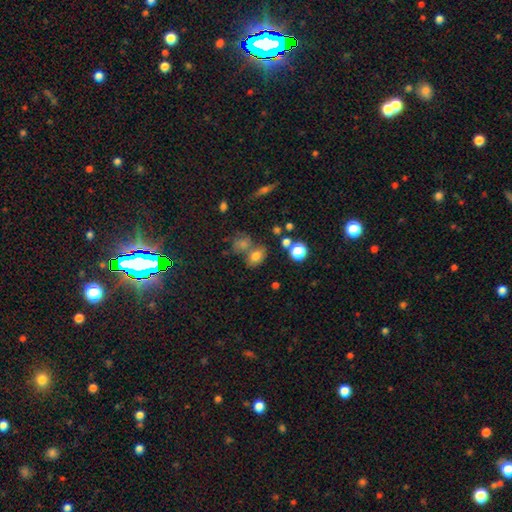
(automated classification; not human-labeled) A smooth galaxy with no disk features (74%) that is in between round and cigar-shaped (67%).

Vote fractions:
- Smooth or featured? smooth: 74% / star or artifact: 16% / featured or disk: 11%
- How rounded? in between: 67% / round: 32% / cigar-shaped: 2%
- Merging? none: 56% / merger: 28% / minor disturbance: 12% / major disturbance: 5%